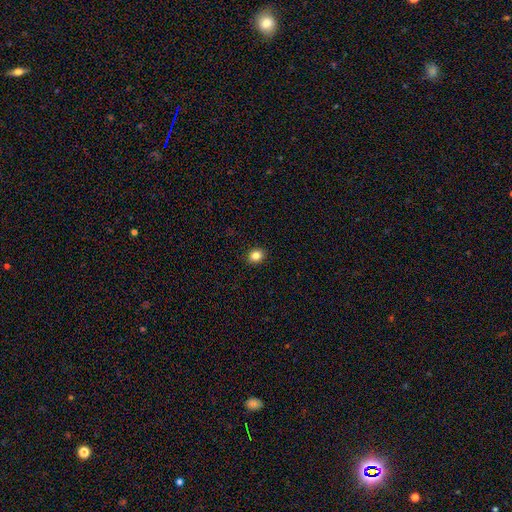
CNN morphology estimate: type=smooth (84%); roundness=round (63%); merging=none (91%).